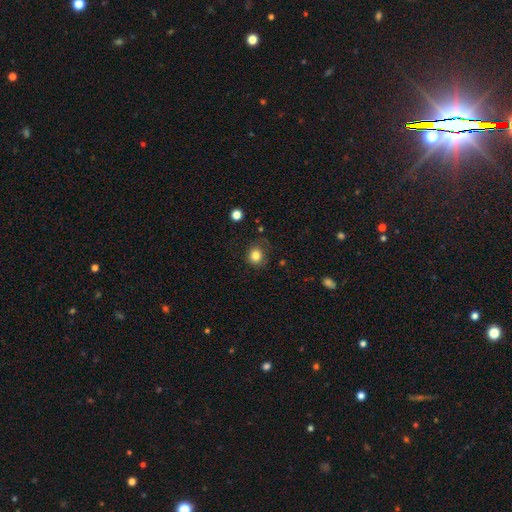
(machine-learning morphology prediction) smooth-or-featured: smooth: 82% | star or artifact: 11% | featured or disk: 6%
  how-rounded: round: 82% | in between: 18% | cigar-shaped: 1%
  merging: none: 75% | minor disturbance: 17% | major disturbance: 6% | merger: 2%